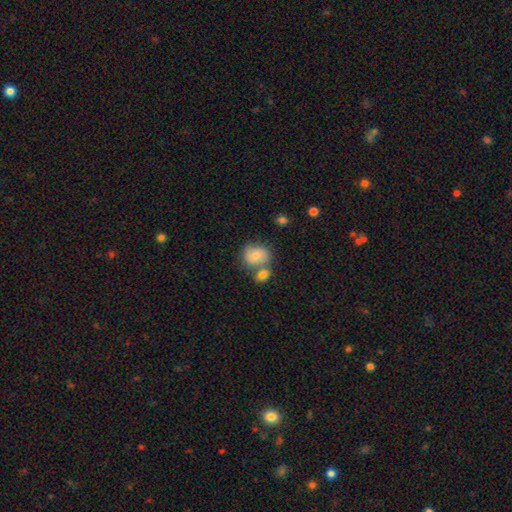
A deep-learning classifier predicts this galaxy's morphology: Overall: smooth (72%). How rounded: round (68%; in between 31%). Merging: none (47%; merger 35%).